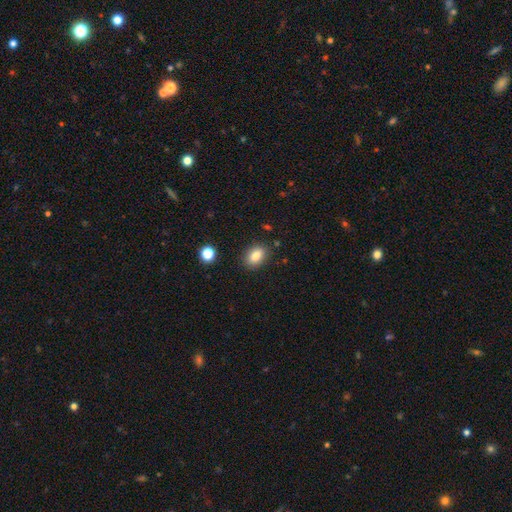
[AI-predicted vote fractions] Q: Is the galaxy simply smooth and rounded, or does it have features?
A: smooth — 83%.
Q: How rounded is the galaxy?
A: in between — 80%.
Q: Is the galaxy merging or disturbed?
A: none — 86%.